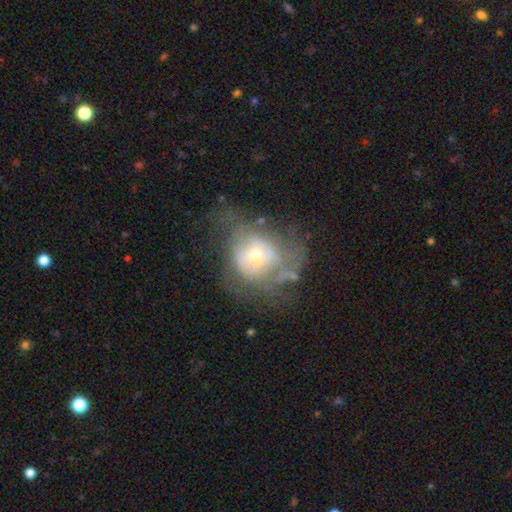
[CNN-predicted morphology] type=featured or disk (55%); edge-on=no (96%); bar=no (79%); spiral arms=no (62%); bulge=moderate (50%); merging=major disturbance (38%).